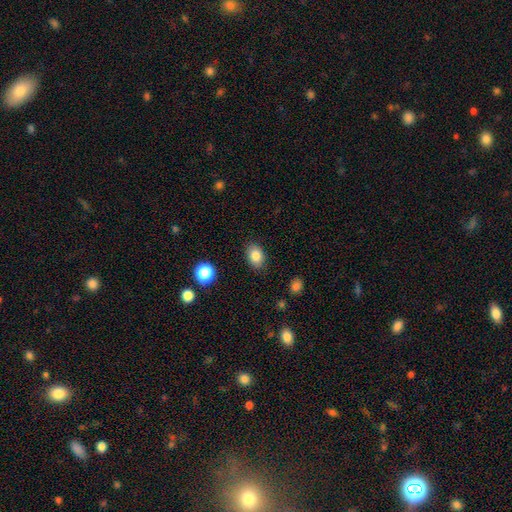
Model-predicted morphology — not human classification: A smooth galaxy with no disk features (83%) that is in between round and cigar-shaped (76%).

Vote fractions:
- Smooth or featured? smooth: 83% / star or artifact: 9% / featured or disk: 8%
- How rounded? in between: 76% / round: 23% / cigar-shaped: 1%
- Merging? none: 86% / minor disturbance: 10% / major disturbance: 3% / merger: 1%